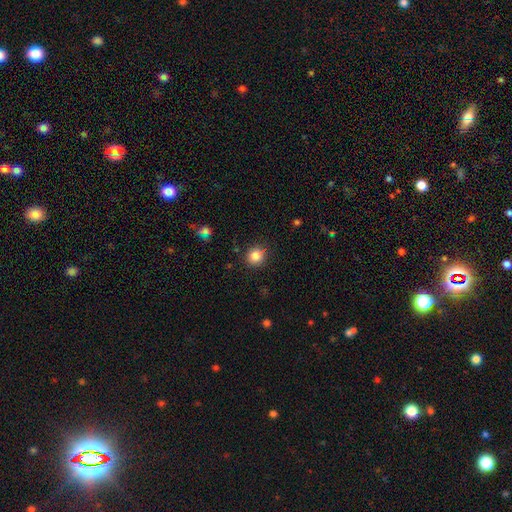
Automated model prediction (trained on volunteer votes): smooth 83%, star or artifact 11%, featured or disk 5%. Down the decision tree: how rounded — round (86%); merging — none (84%).